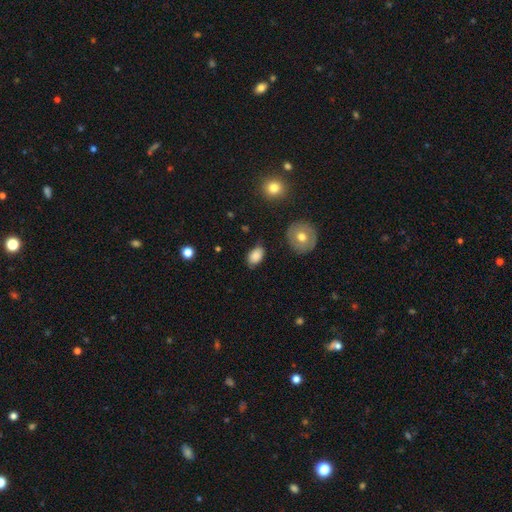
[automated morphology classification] smooth-or-featured: smooth: 84% | featured or disk: 8% | star or artifact: 8%
  how-rounded: in between: 87% | round: 11% | cigar-shaped: 2%
  merging: none: 78% | minor disturbance: 16% | major disturbance: 4% | merger: 2%